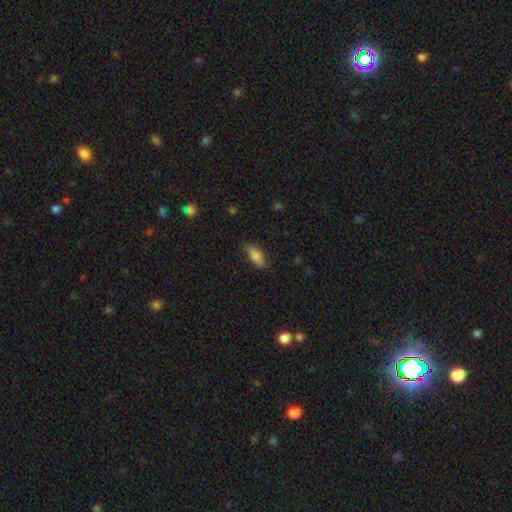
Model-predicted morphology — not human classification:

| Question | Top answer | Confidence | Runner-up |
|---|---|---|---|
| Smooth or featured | smooth | 81% | featured or disk (12%) |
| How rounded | in between | 76% | cigar-shaped (22%) |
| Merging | none | 80% | minor disturbance (16%) |